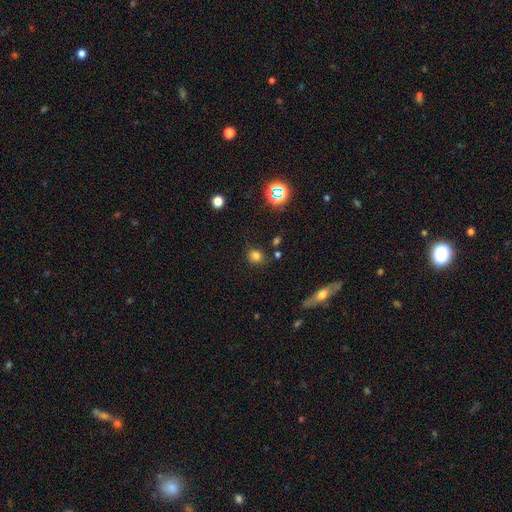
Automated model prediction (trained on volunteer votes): smooth 77%, star or artifact 17%, featured or disk 6%. Down the decision tree: how rounded — round (79%); merging — none (81%).